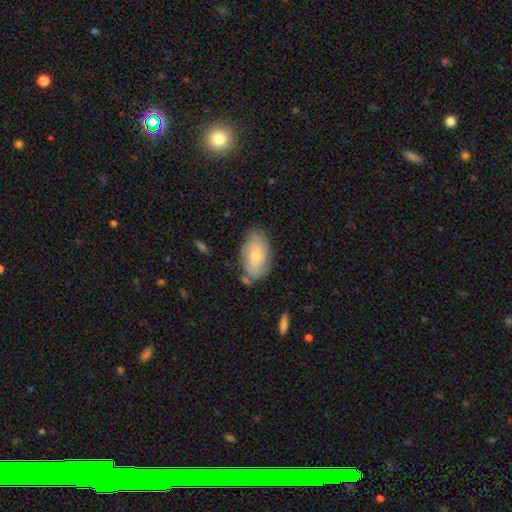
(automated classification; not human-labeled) This appears to be a smooth galaxy with no disk features (52%) that is in between round and cigar-shaped (91%). Merging: none (67%).